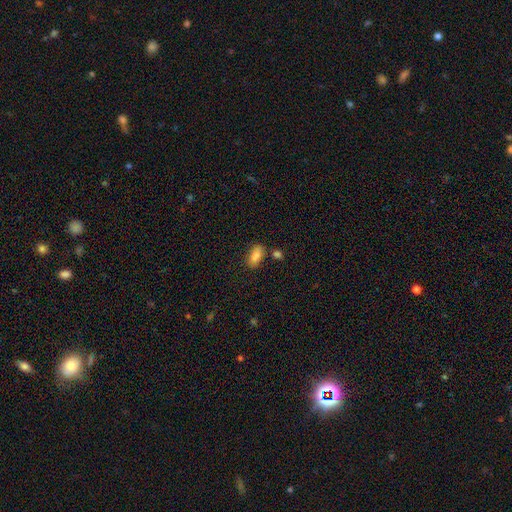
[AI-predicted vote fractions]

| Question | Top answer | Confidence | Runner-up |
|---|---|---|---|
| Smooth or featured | smooth | 84% | featured or disk (8%) |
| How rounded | in between | 89% | cigar-shaped (7%) |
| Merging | none | 71% | minor disturbance (15%) |